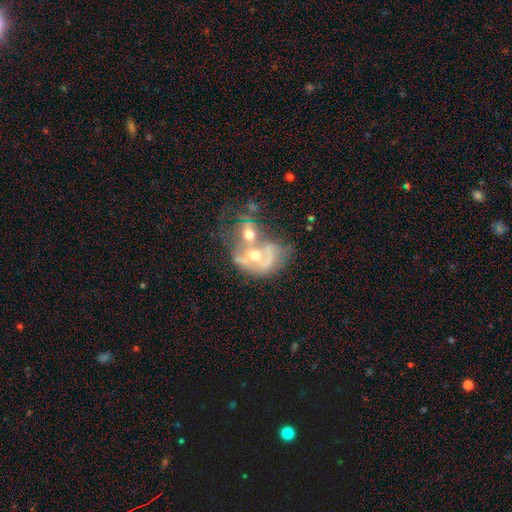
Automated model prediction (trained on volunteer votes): The model was most divided on "spiral arms": no: 63%, yes: 37%. More confident: edge-on disk — no (96%); bar — no (74%); merging — merger (68%); smooth or featured — featured or disk (63%); bulge size — moderate (62%).